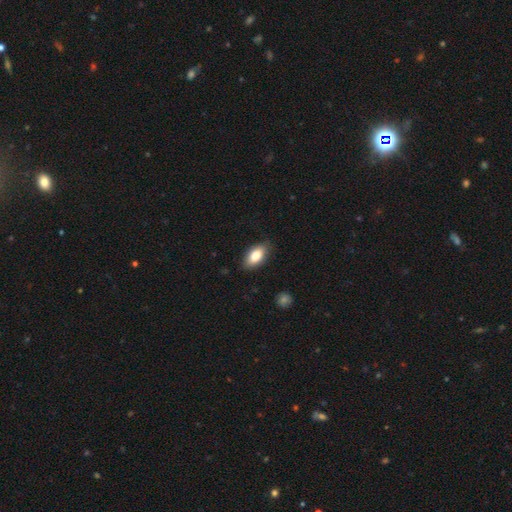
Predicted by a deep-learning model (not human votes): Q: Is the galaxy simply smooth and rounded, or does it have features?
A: smooth — 81%.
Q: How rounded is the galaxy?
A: in between — 91%.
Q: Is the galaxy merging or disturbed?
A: none — 85%.